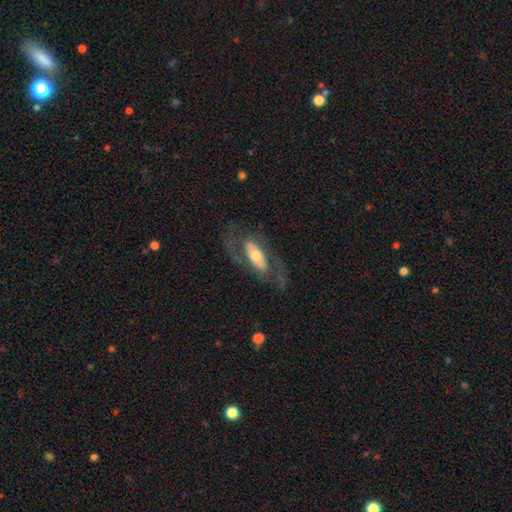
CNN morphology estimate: Smooth or featured?
  - featured or disk: 71% *
  - smooth: 23%
  - star or artifact: 6%
Edge-on disk?
  - no: 86% *
  - yes: 14%
Bar?
  - no: 46% *
  - weak: 27%
  - strong: 27%
Spiral arms?
  - yes: 76% *
  - no: 24%
Bulge size?
  - moderate: 58% *
  - small: 21%
  - large: 17%
  - dominant: 2%
  - none: 2%
Merging?
  - none: 68% *
  - major disturbance: 16%
  - minor disturbance: 14%
  - merger: 2%